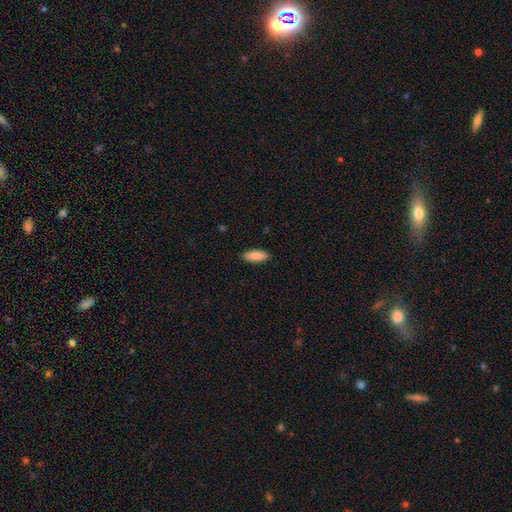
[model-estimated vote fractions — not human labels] A smooth galaxy with no disk features (87%) that is in between round and cigar-shaped (66%). Merging: none (89%).